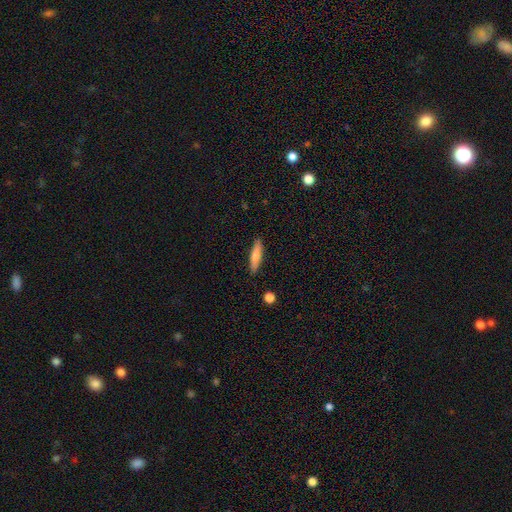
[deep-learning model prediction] This is likely a smooth galaxy (74%). How rounded: likely cigar-shaped (80%). Merging: clearly none (88%).